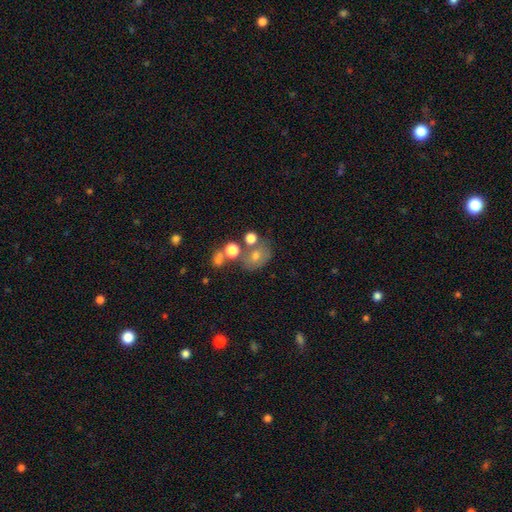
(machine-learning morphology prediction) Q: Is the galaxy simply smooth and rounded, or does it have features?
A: smooth — 58%.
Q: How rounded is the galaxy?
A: in between — 50%.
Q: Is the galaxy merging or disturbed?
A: none — 48%.